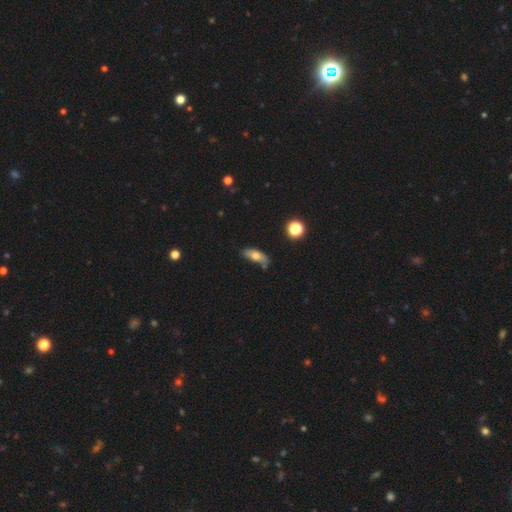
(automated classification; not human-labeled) Smooth or featured? smooth (68%)
How rounded? in between (72%)
Merging? none (67%)